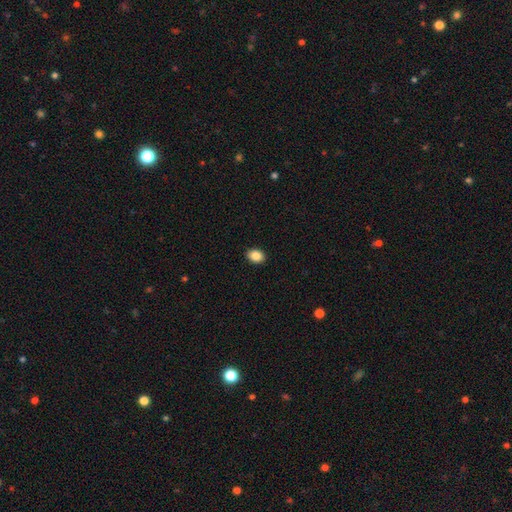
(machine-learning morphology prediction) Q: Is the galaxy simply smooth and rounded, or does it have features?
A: smooth — 86%.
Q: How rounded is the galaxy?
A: in between — 72%.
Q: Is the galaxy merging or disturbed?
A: none — 91%.